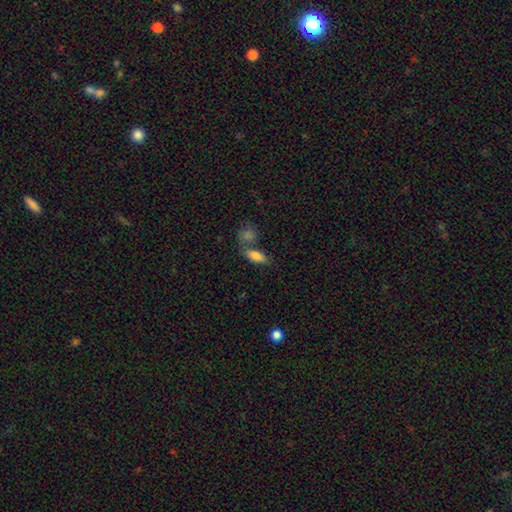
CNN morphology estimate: This is likely a smooth galaxy (80%). How rounded: likely in between (75%). Merging: possibly none (58%).